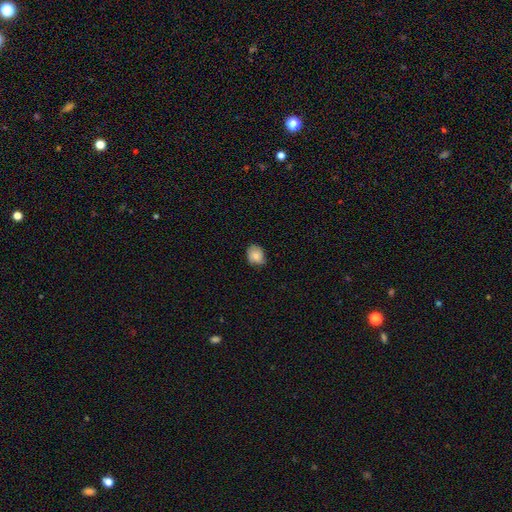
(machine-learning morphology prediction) This is clearly a smooth galaxy (81%). How rounded: possibly round (52%). Merging: likely none (71%).